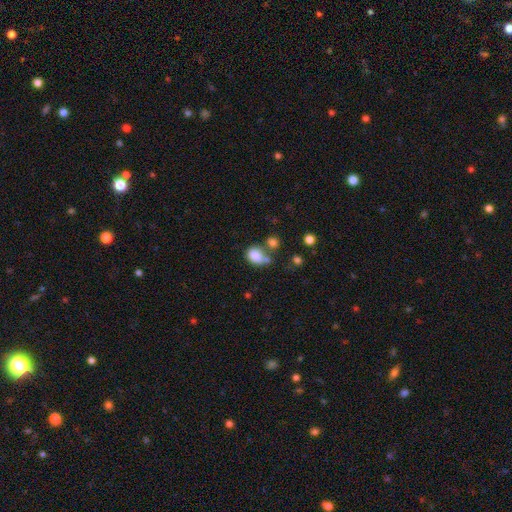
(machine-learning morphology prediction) This is clearly a smooth galaxy (81%). How rounded: likely in between (62%). Merging: marginally none (36%).